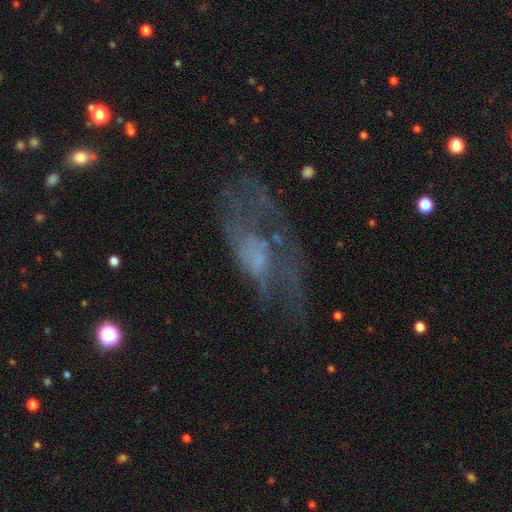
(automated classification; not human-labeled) A featured or disk galaxy (60%) with no bar (84%), no spiral arms (64%) and no central bulge (48%). Merging: major disturbance (41%).